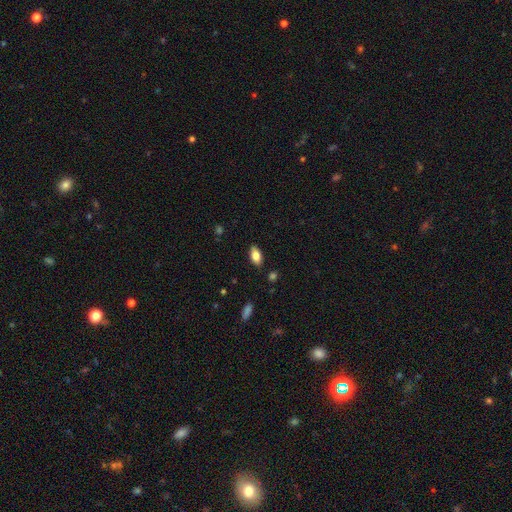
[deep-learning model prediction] smooth 78%, featured or disk 14%, star or artifact 7%. Down the decision tree: how rounded — in between (91%); merging — none (86%).